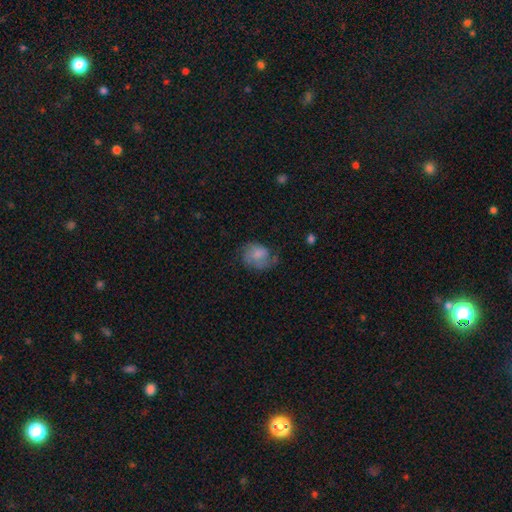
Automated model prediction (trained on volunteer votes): This is likely a smooth galaxy (62%). How rounded: possibly in between (50%). Merging: marginally none (44%).